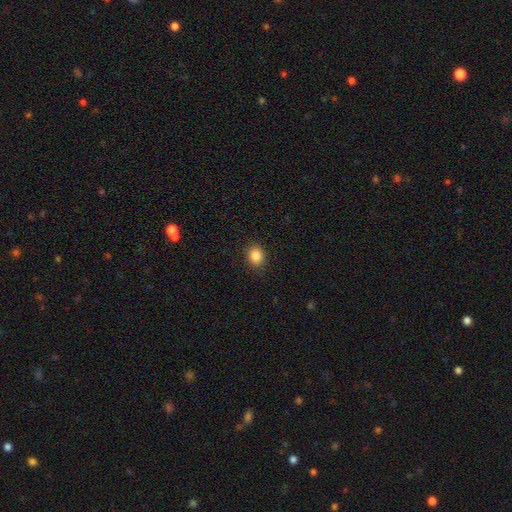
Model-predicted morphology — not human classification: This is clearly a smooth galaxy (86%). How rounded: likely round (62%). Merging: clearly none (88%).